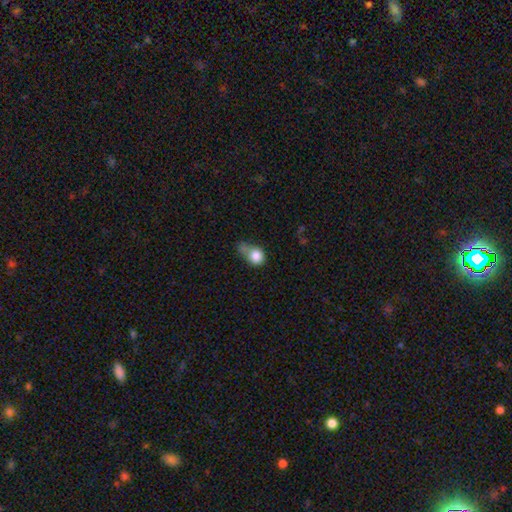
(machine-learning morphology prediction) Smooth or featured?
  - smooth: 82% *
  - featured or disk: 9%
  - star or artifact: 9%
How rounded?
  - round: 67% *
  - in between: 32%
  - cigar-shaped: 1%
Merging?
  - none: 30% *
  - merger: 28%
  - minor disturbance: 25%
  - major disturbance: 17%